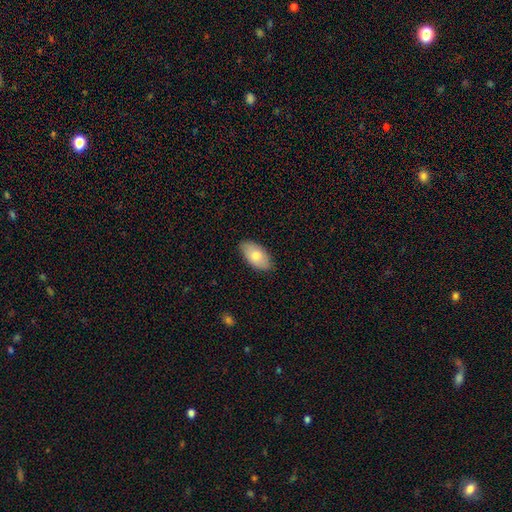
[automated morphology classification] Smooth or featured? smooth (78%)
How rounded? in between (95%)
Merging? none (85%)